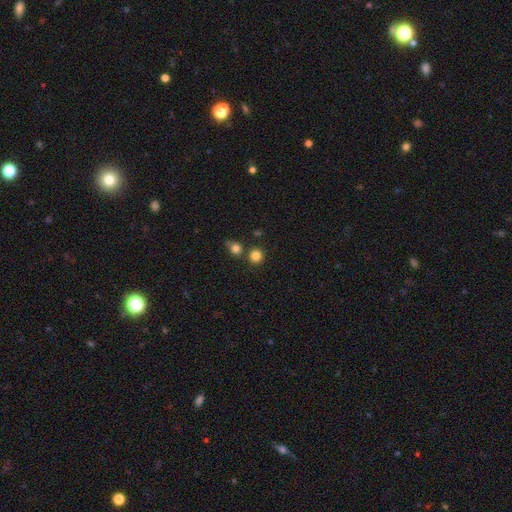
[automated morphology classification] A smooth galaxy with no disk features (83%) that is round (91%).

Vote fractions:
- Smooth or featured? smooth: 83% / star or artifact: 12% / featured or disk: 5%
- How rounded? round: 91% / in between: 8% / cigar-shaped: 1%
- Merging? none: 76% / merger: 14% / minor disturbance: 7% / major disturbance: 3%